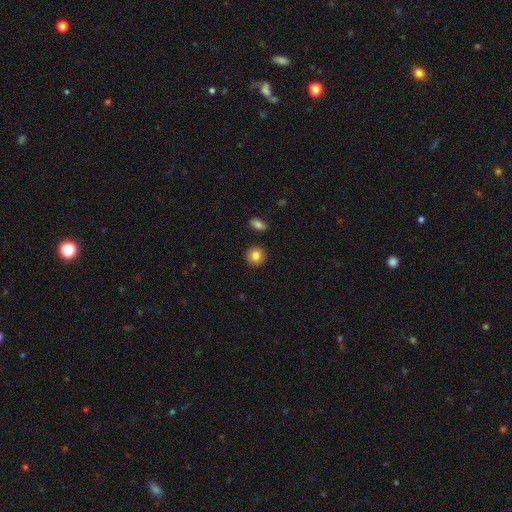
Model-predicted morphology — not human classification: Smooth or featured: smooth — 84% (star or artifact — 9%)
How rounded: round — 91% (in between — 8%)
Merging: none — 91% (minor disturbance — 6%)